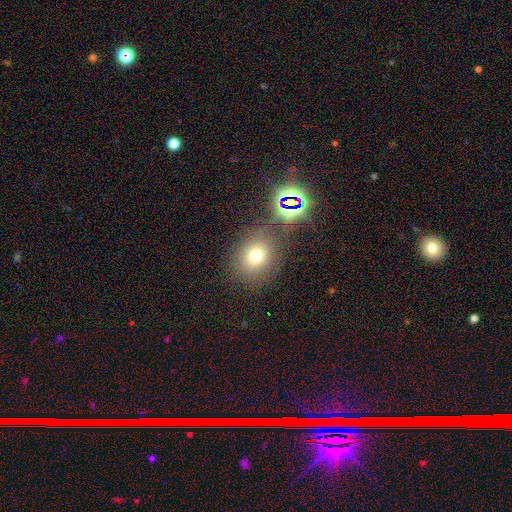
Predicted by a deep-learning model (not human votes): smooth_or_featured: smooth (p=0.68) [alt: star or artifact p=0.22]
how_rounded: round (p=0.73) [alt: in between p=0.26]
merging: none (p=0.77) [alt: minor disturbance p=0.10]